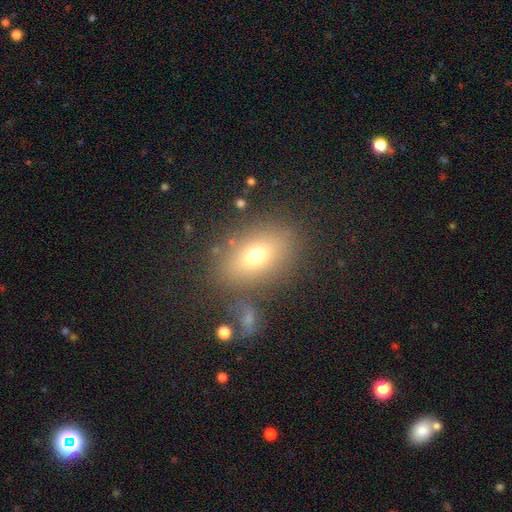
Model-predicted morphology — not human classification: Smooth or featured? smooth (70%)
How rounded? in between (78%)
Merging? none (76%)